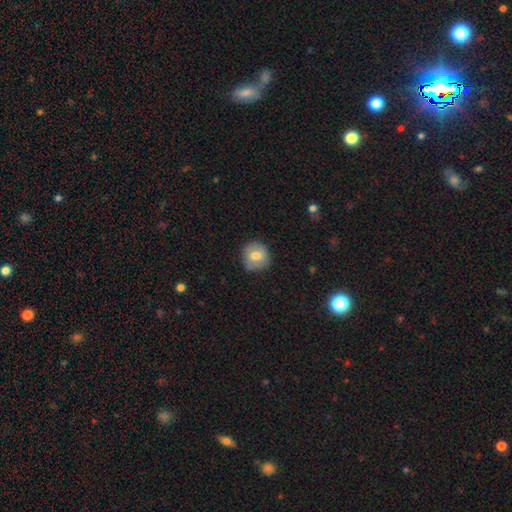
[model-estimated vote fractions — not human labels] A smooth galaxy with no disk features (72%) that is round (91%). Merging: none (82%).